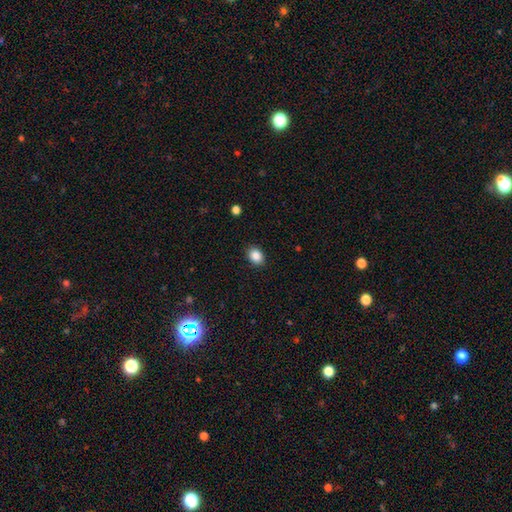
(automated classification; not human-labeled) smooth 87%, star or artifact 9%, featured or disk 4%. Down the decision tree: how rounded — in between (61%); merging — none (89%).